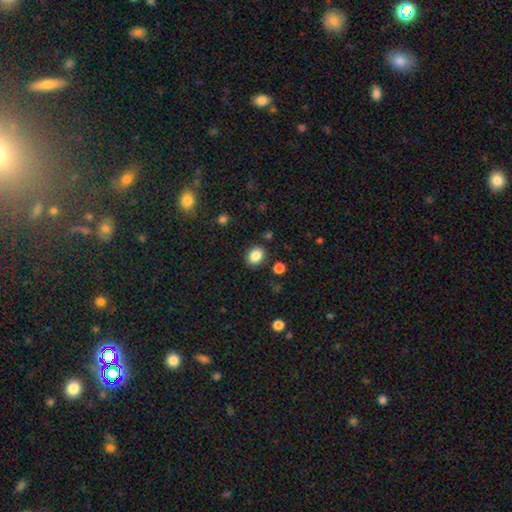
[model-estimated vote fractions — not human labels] A smooth galaxy with no disk features (86%) that is in between round and cigar-shaped (53%).

Vote fractions:
- Smooth or featured? smooth: 86% / star or artifact: 10% / featured or disk: 5%
- How rounded? in between: 53% / round: 46% / cigar-shaped: 1%
- Merging? none: 86% / minor disturbance: 8% / major disturbance: 3% / merger: 3%